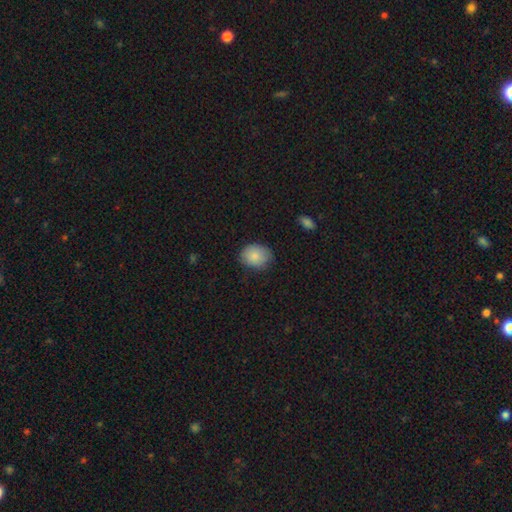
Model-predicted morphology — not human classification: type=smooth (85%); roundness=in between (50%); merging=none (77%).